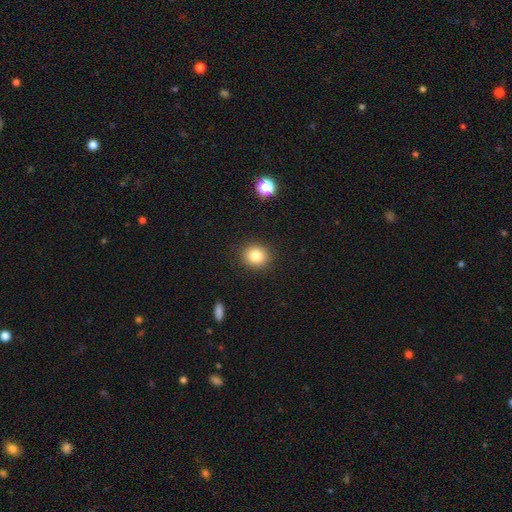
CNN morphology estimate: smooth_or_featured: smooth (p=0.83) [alt: star or artifact p=0.11]
how_rounded: round (p=0.79) [alt: in between p=0.20]
merging: none (p=0.89) [alt: minor disturbance p=0.07]